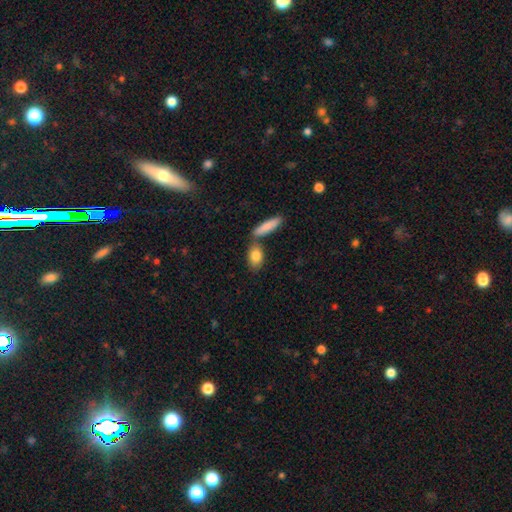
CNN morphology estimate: This is clearly a smooth galaxy (83%). How rounded: clearly in between (81%). Merging: likely none (61%).